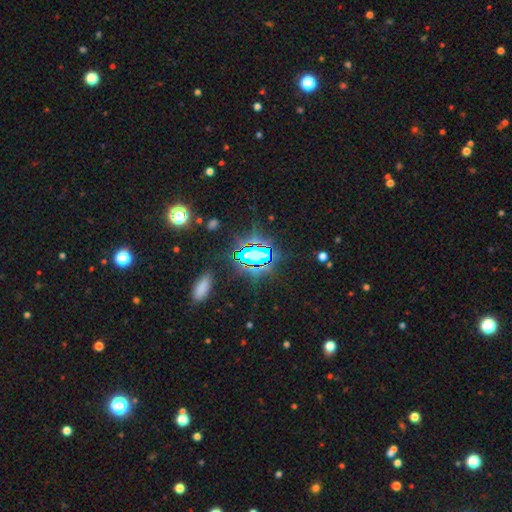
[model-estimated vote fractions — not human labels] Smooth or featured? star or artifact (73%)